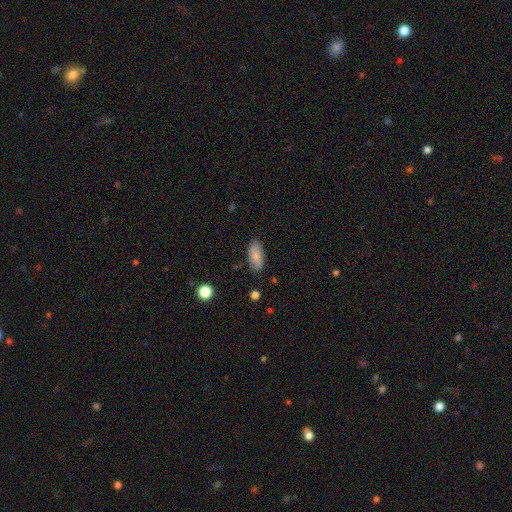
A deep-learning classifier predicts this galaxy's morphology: Smooth or featured?
  - smooth: 77% *
  - featured or disk: 17%
  - star or artifact: 7%
How rounded?
  - in between: 89% *
  - cigar-shaped: 8%
  - round: 3%
Merging?
  - none: 81% *
  - minor disturbance: 14%
  - major disturbance: 3%
  - merger: 2%